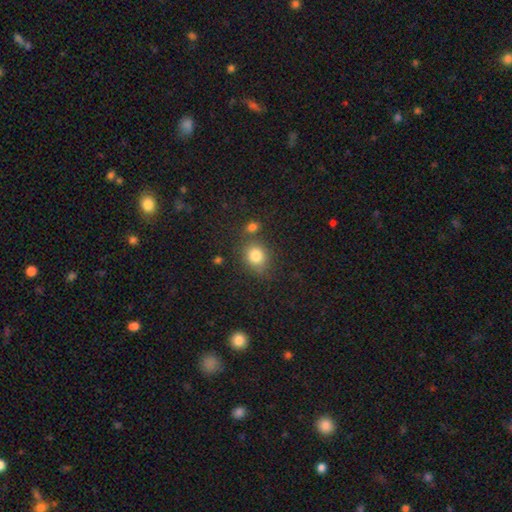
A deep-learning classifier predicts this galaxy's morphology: The model was most divided on "how rounded": round: 70%, in between: 29%, cigar-shaped: 1%. More confident: smooth or featured — smooth (81%); merging — none (70%).